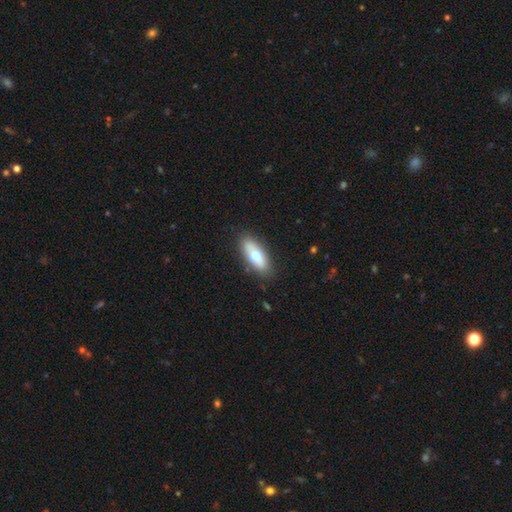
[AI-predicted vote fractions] Morphology: type=smooth (65%); roundness=in between (75%); merging=none (85%).